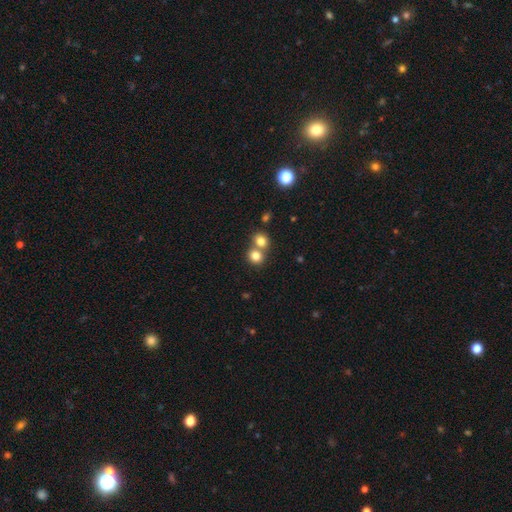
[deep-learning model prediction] Overall: smooth (80%). How rounded: round (82%). Merging: merger (47%; none 44%).